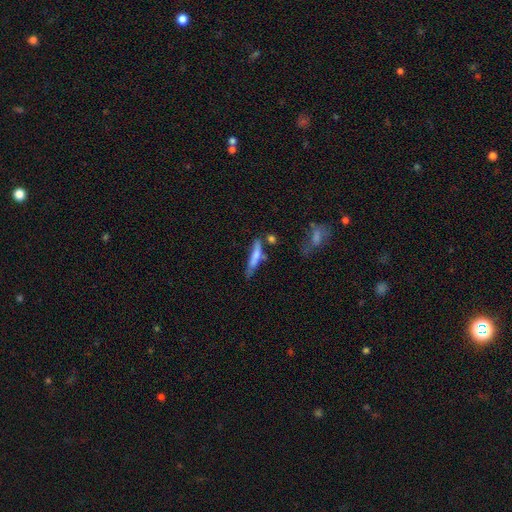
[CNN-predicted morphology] The model was most divided on "merging": none: 46%, minor disturbance: 26%, merger: 16%, major disturbance: 12%. More confident: how rounded — cigar-shaped (85%); smooth or featured — smooth (63%).